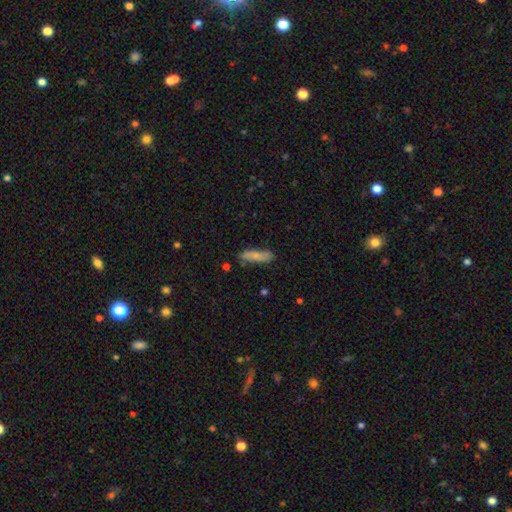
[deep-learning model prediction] A smooth galaxy with no disk features (76%) that is cigar-shaped (63%). Merging: none (75%).